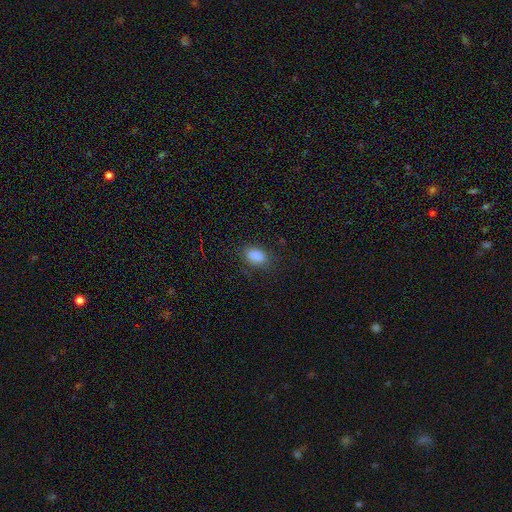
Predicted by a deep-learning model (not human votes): Smooth or featured: smooth — 86% (star or artifact — 10%)
How rounded: in between — 84% (round — 14%)
Merging: none — 83% (minor disturbance — 12%)